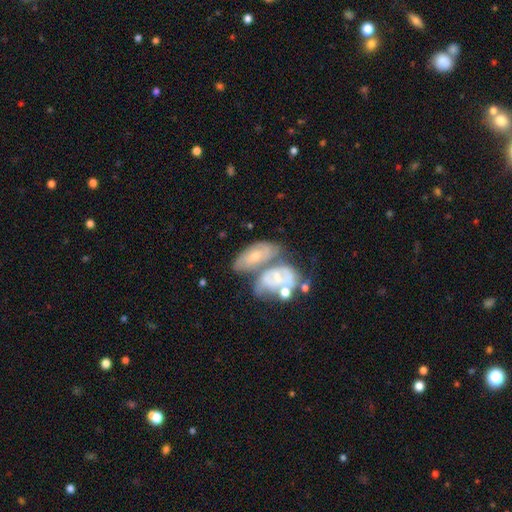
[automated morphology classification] Overall: featured or disk (63%; smooth 29%). Edge-on disk: no (94%). Bar: no (69%). Spiral arms: yes (69%; no 31%). Bulge size: small (49%; moderate 43%). Merging: merger (58%; none 22%).